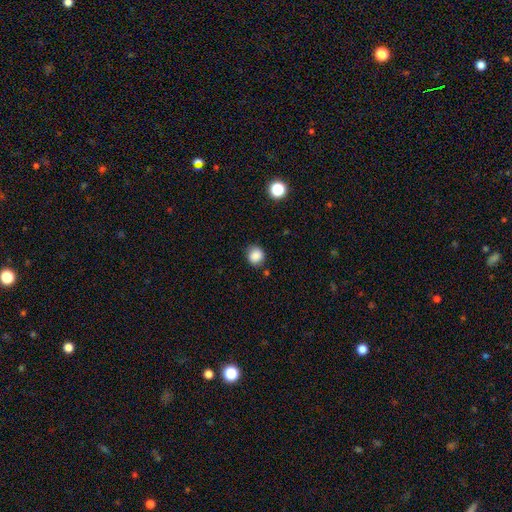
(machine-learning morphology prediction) A smooth galaxy with no disk features (86%) that is round (87%).

Vote fractions:
- Smooth or featured? smooth: 86% / star or artifact: 10% / featured or disk: 4%
- How rounded? round: 87% / in between: 12% / cigar-shaped: 1%
- Merging? none: 82% / minor disturbance: 12% / major disturbance: 3% / merger: 2%